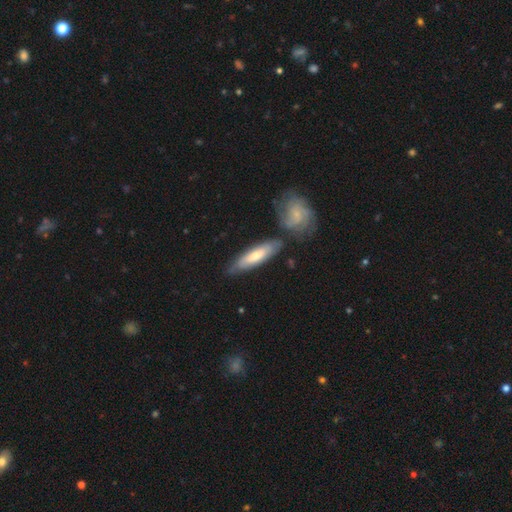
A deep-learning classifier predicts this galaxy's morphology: This is possibly a smooth galaxy (55%). How rounded: likely cigar-shaped (65%). Merging: likely none (67%).